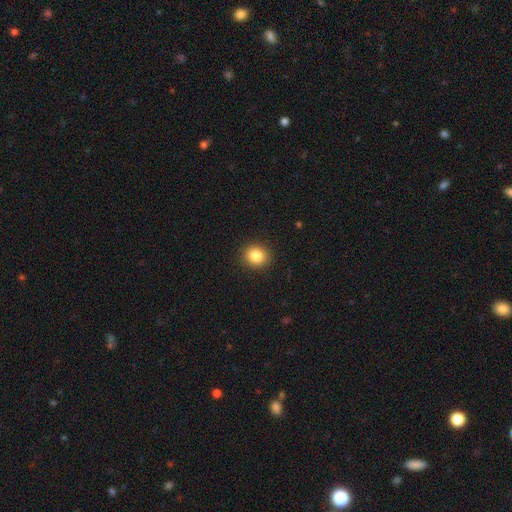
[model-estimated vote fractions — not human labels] This appears to be a smooth galaxy with no disk features (85%) that is round (84%). Merging: none (92%).